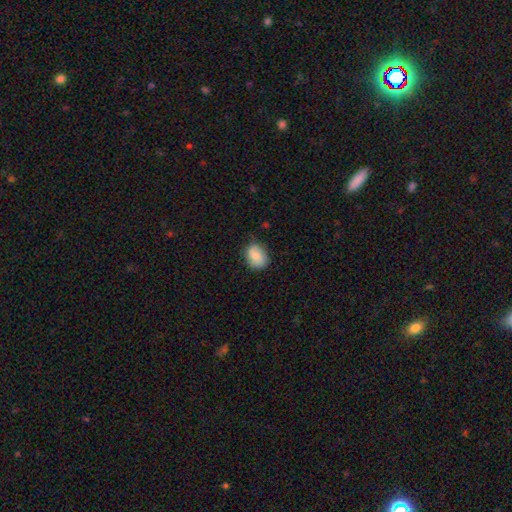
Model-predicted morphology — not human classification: smooth-or-featured: smooth: 80% | featured or disk: 13% | star or artifact: 7%
  how-rounded: in between: 59% | round: 40% | cigar-shaped: 1%
  merging: none: 70% | minor disturbance: 24% | major disturbance: 4% | merger: 1%